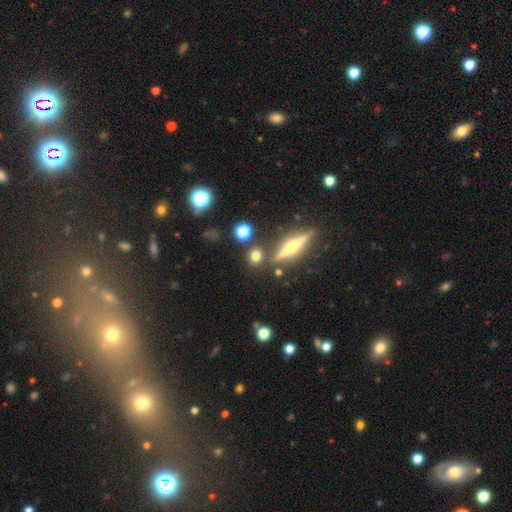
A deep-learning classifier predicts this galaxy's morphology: Smooth or featured: smooth — 63% (featured or disk — 24%)
How rounded: round — 71% (in between — 20%)
Merging: none — 79% (merger — 9%)